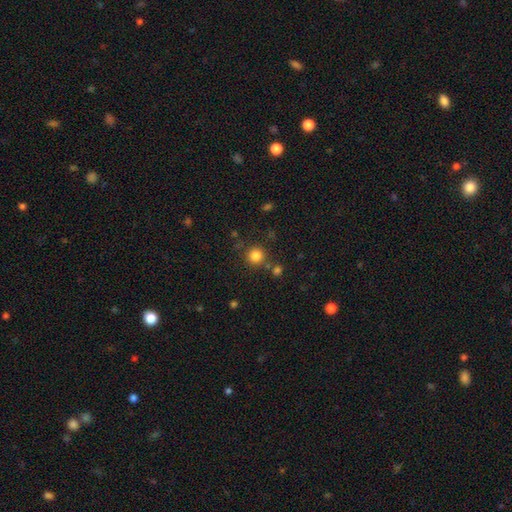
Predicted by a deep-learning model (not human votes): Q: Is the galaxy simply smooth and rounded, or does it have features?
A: smooth — 82%.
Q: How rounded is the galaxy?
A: round — 94%.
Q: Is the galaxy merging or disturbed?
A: none — 82%.